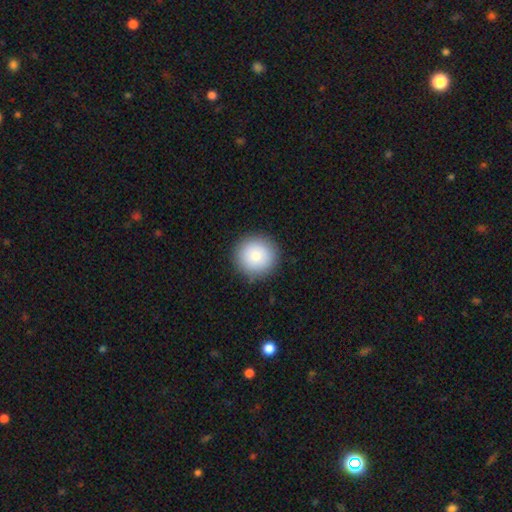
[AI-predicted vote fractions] Smooth or featured?
  - smooth: 81% *
  - featured or disk: 10%
  - star or artifact: 9%
How rounded?
  - round: 95% *
  - in between: 4%
  - cigar-shaped: 1%
Merging?
  - none: 90% *
  - minor disturbance: 7%
  - major disturbance: 2%
  - merger: 1%